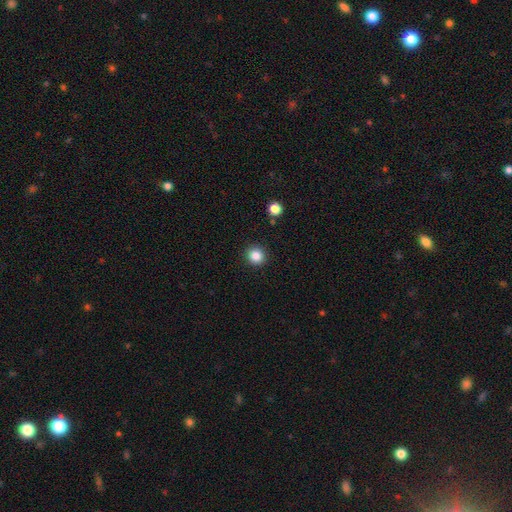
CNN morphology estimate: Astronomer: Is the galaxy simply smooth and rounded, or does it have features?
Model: smooth — 84%.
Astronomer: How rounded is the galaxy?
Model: round — 90%.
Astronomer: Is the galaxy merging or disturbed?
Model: none — 92%.